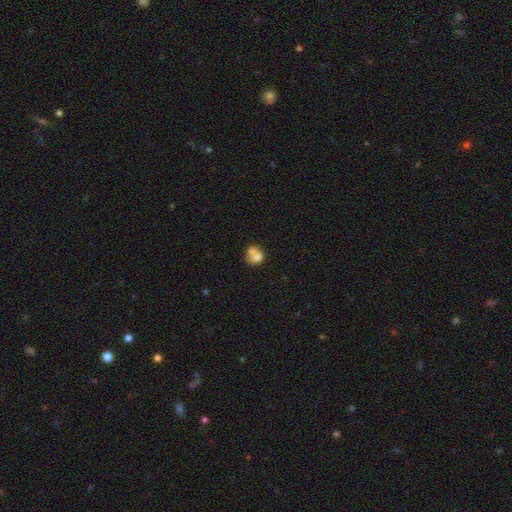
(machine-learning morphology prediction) smooth_or_featured: smooth (p=0.68) [alt: featured or disk p=0.22]
how_rounded: round (p=0.58) [alt: in between p=0.41]
merging: merger (p=0.58) [alt: none p=0.26]